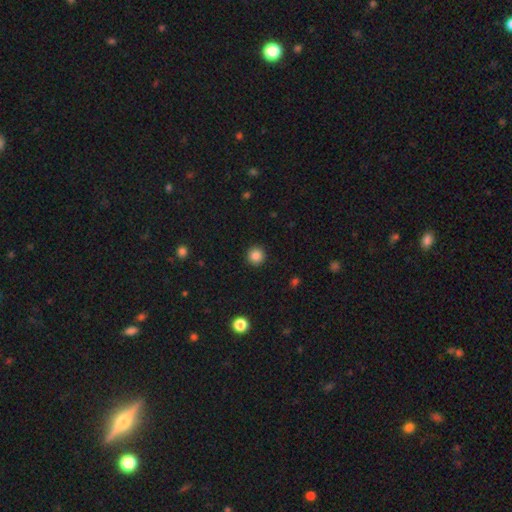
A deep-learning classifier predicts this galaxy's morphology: A smooth galaxy with no disk features (85%) that is round (95%). Merging: none (93%).